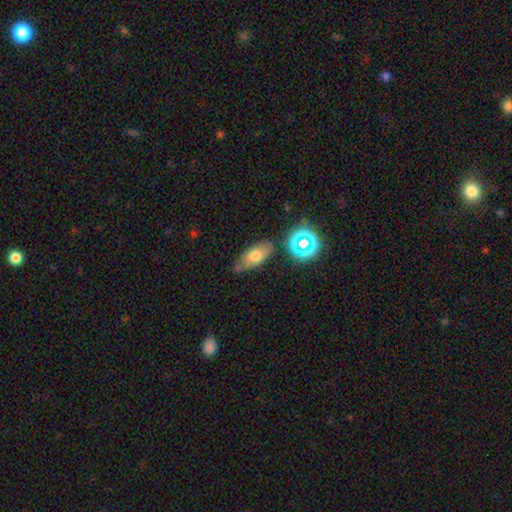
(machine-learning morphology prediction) smooth 64%, featured or disk 20%, star or artifact 16%. Down the decision tree: how rounded — in between (82%); merging — none (62%).